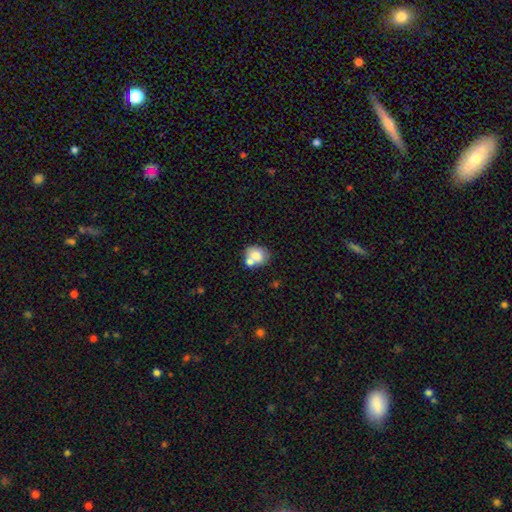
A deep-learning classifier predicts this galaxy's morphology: smooth-or-featured: smooth: 77% | featured or disk: 15% | star or artifact: 9%
  how-rounded: round: 62% | in between: 37% | cigar-shaped: 1%
  merging: none: 48% | merger: 35% | minor disturbance: 13% | major disturbance: 4%